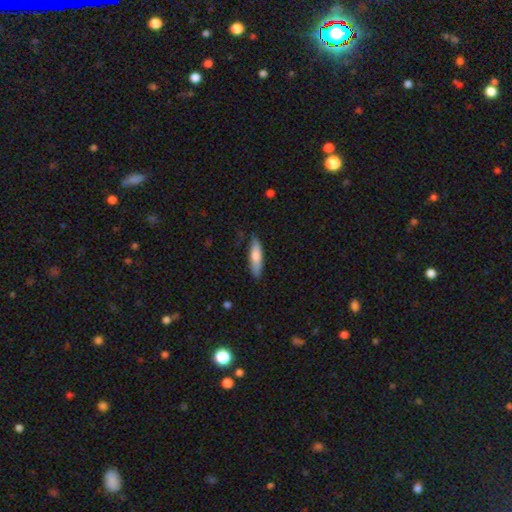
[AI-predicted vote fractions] Morphology: type=smooth (75%); roundness=cigar-shaped (67%); merging=none (79%).